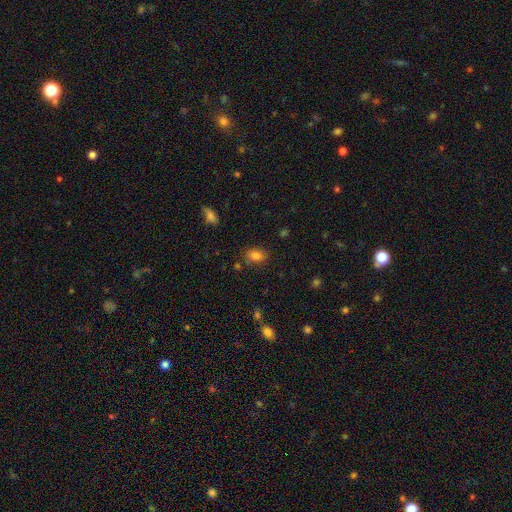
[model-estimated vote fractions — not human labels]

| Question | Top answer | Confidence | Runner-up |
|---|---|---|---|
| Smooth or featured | smooth | 82% | star or artifact (11%) |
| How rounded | in between | 82% | round (16%) |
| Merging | none | 79% | minor disturbance (14%) |